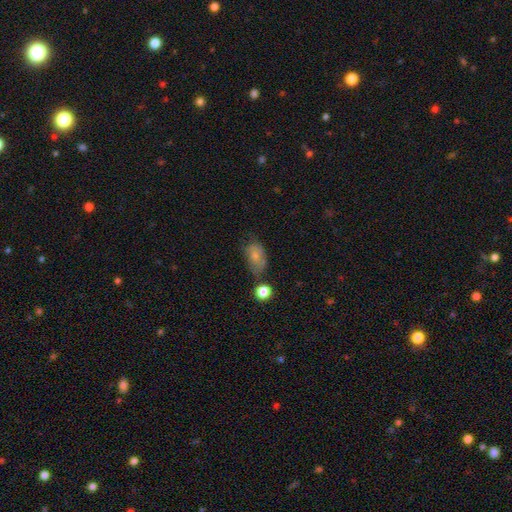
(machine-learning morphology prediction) smooth-or-featured: smooth: 71% | featured or disk: 20% | star or artifact: 10%
  how-rounded: in between: 84% | round: 14% | cigar-shaped: 2%
  merging: none: 45% | minor disturbance: 32% | major disturbance: 15% | merger: 8%